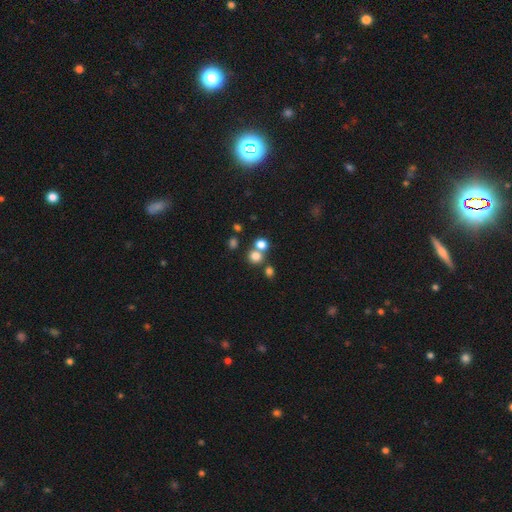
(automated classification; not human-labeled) Smooth or featured: smooth — 76% (star or artifact — 16%)
How rounded: round — 84% (in between — 15%)
Merging: none — 57% (merger — 32%)